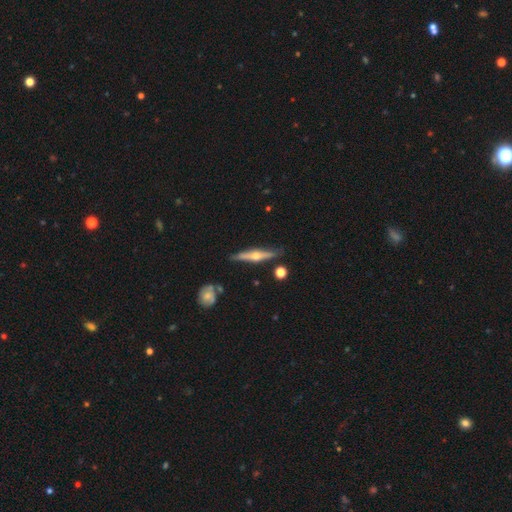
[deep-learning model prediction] This is likely a featured or disk galaxy (73%). It is clearly viewed edge-on (96%). Edge-on bulge: clearly rounded (94%). Merging: clearly none (83%).